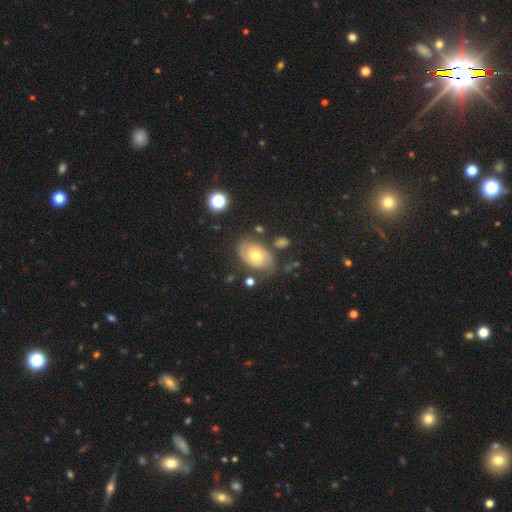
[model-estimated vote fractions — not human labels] Smooth or featured: featured or disk — 74% (smooth — 18%)
Edge-on disk: no — 96% (yes — 4%)
Bar: no — 72% (weak — 23%)
Spiral arms: yes — 85% (no — 15%)
Spiral winding: tight — 62% (medium — 29%)
Spiral arm count: 2 — 79% (can't tell — 13%)
Bulge size: moderate — 78% (small — 13%)
Merging: none — 74% (minor disturbance — 16%)